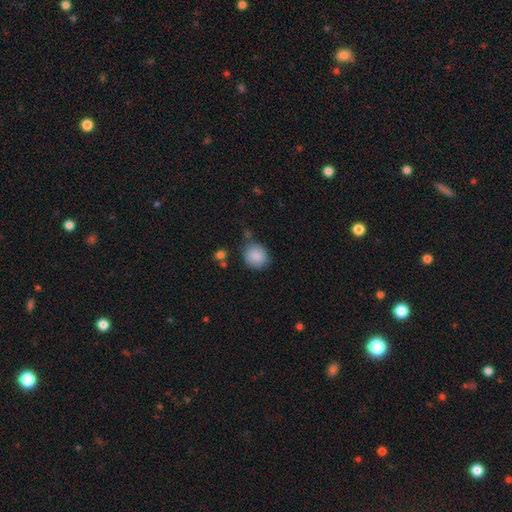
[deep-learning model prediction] Overall: smooth (88%). How rounded: round (82%). Merging: none (74%).